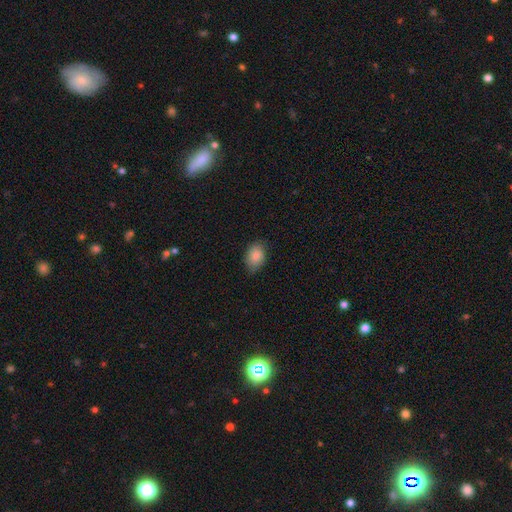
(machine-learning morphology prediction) A smooth galaxy with no disk features (87%) that is in between round and cigar-shaped (80%).

Vote fractions:
- Smooth or featured? smooth: 87% / star or artifact: 7% / featured or disk: 5%
- How rounded? in between: 80% / round: 19% / cigar-shaped: 1%
- Merging? none: 76% / minor disturbance: 20% / major disturbance: 3% / merger: 1%